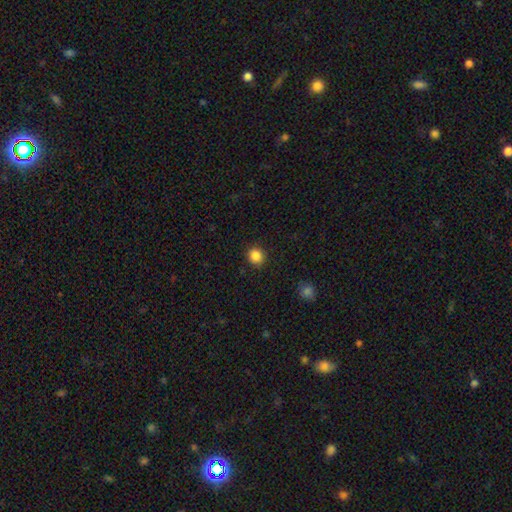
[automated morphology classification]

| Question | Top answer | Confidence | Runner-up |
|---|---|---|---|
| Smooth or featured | smooth | 87% | star or artifact (10%) |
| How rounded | round | 88% | in between (11%) |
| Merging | none | 90% | minor disturbance (7%) |